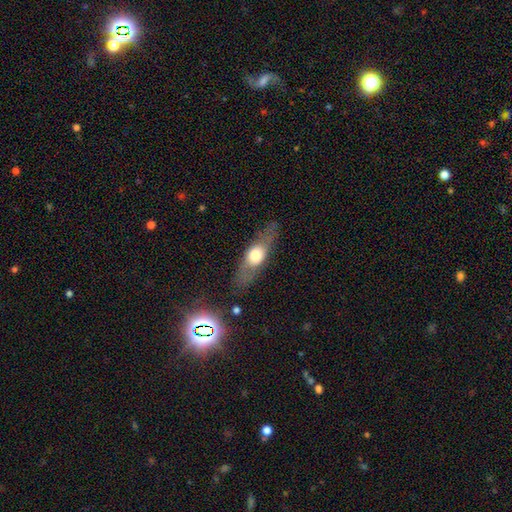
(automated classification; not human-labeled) Smooth or featured? Predicted: featured or disk (p=0.52). Edge-on disk? Predicted: yes (p=0.70). Merging? Predicted: none (p=0.77).